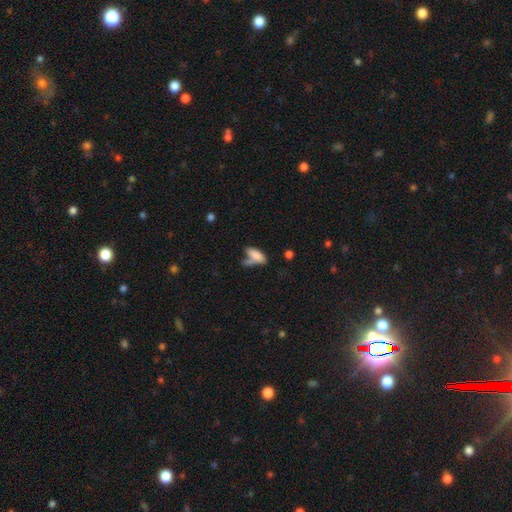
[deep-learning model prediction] A smooth galaxy with no disk features (77%) that is in between round and cigar-shaped (69%).

Vote fractions:
- Smooth or featured? smooth: 77% / featured or disk: 14% / star or artifact: 9%
- How rounded? in between: 69% / cigar-shaped: 28% / round: 3%
- Merging? none: 36% / merger: 33% / minor disturbance: 17% / major disturbance: 13%